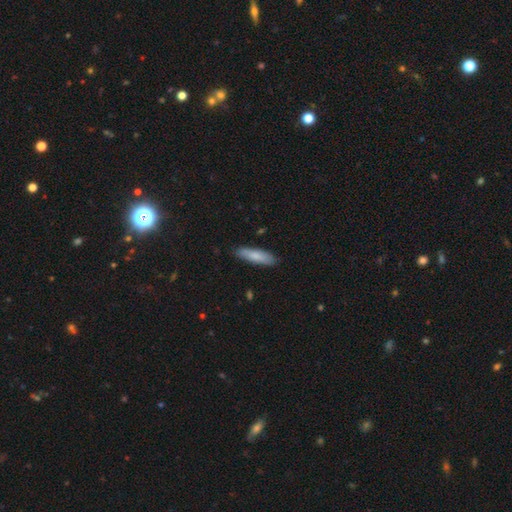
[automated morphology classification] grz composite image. It shows a smooth galaxy with no disk features (80%) that is cigar-shaped (68%). Merging: none (86%).